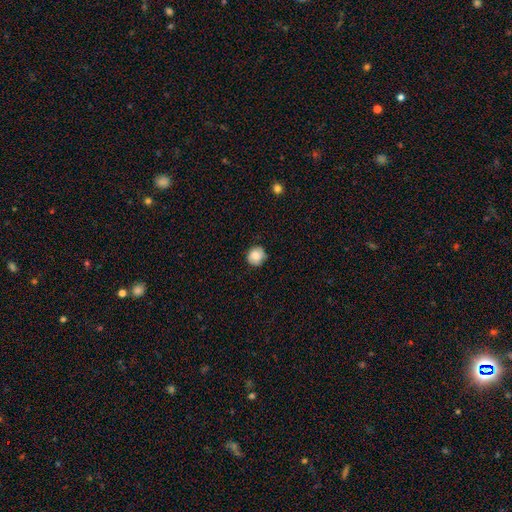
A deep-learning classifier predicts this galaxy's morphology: Smooth or featured? smooth (80%)
How rounded? round (87%)
Merging? none (80%)